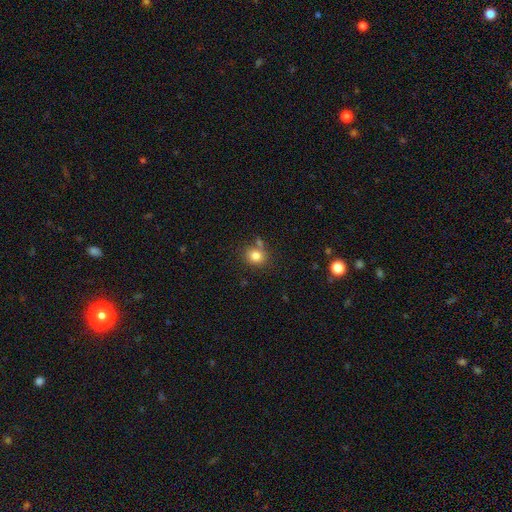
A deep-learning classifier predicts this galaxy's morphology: This is clearly a smooth galaxy (81%). How rounded: likely round (71%). Merging: likely none (67%).